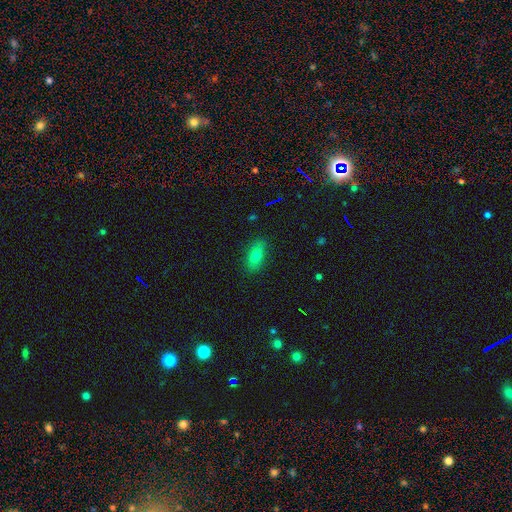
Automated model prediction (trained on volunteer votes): Overall: smooth (74%). How rounded: in between (79%). Merging: none (85%).